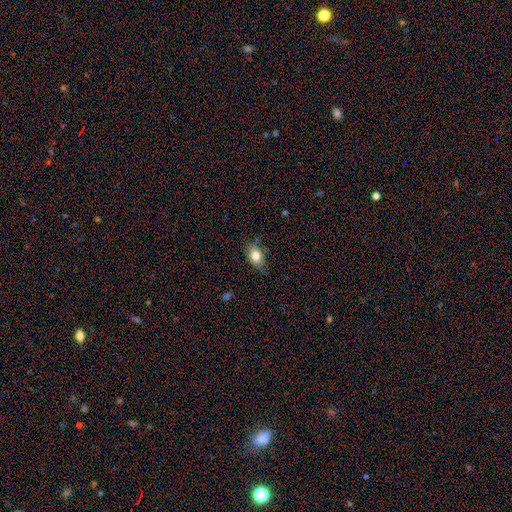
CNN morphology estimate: A smooth galaxy with no disk features (79%) that is in between round and cigar-shaped (81%). Merging: none (74%).